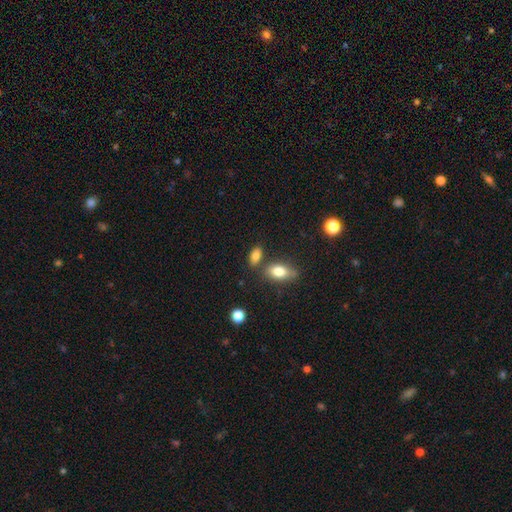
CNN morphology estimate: Smooth or featured? Predicted: smooth (p=0.82). How rounded? Predicted: in between (p=0.86). Merging? Predicted: none (p=0.69).